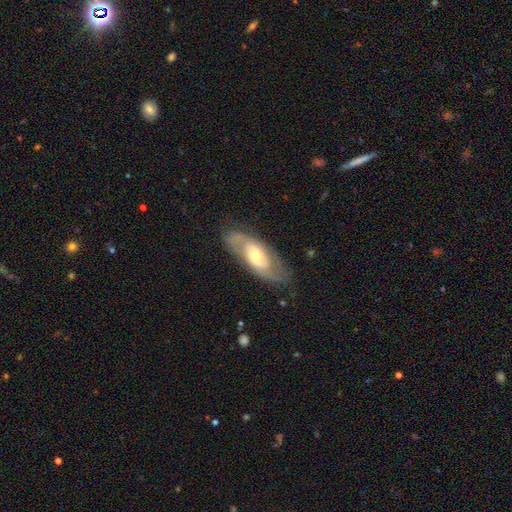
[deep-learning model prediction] Smooth or featured? Predicted: featured or disk (p=0.70). Edge-on disk? Predicted: no (p=0.87). Bar? Predicted: no (p=0.65). Spiral arms? Predicted: yes (p=0.76). Bulge size? Predicted: moderate (p=0.52). Merging? Predicted: none (p=0.77).